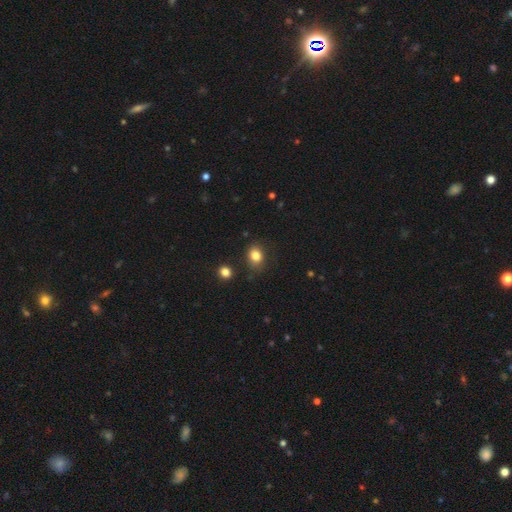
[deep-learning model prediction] Smooth or featured: smooth — 82% (star or artifact — 12%)
How rounded: round — 55% (in between — 44%)
Merging: none — 80% (minor disturbance — 14%)